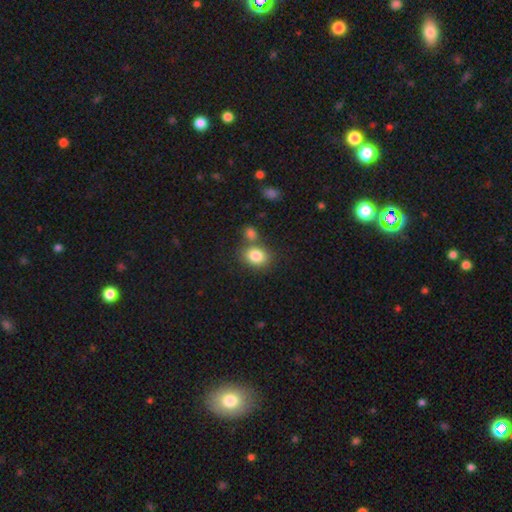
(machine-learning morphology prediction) Q: Smooth or featured?
A: smooth (84%); runner-up: star or artifact (9%)
Q: How rounded?
A: in between (58%); runner-up: round (41%)
Q: Merging?
A: none (63%); runner-up: merger (22%)